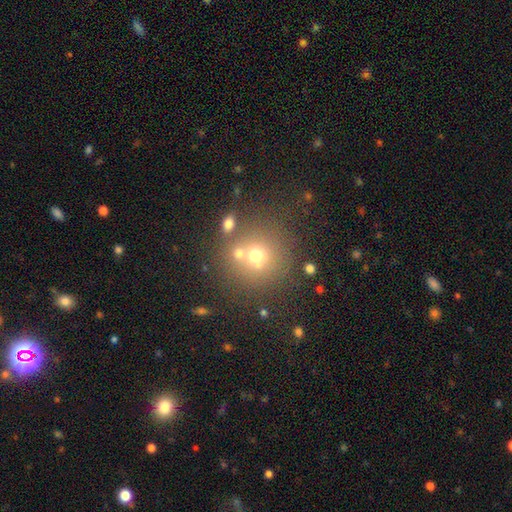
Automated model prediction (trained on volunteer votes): Smooth or featured: smooth — 63% (star or artifact — 19%)
How rounded: round — 90% (in between — 9%)
Merging: none — 61% (merger — 24%)